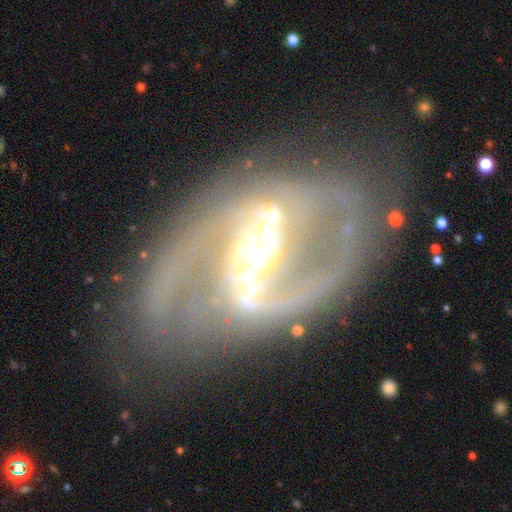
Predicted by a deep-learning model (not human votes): smooth-or-featured: featured or disk: 89% | star or artifact: 6% | smooth: 5%
  disk-edge-on: no: 96% | yes: 4%
    bar: strong: 54% | weak: 30% | no: 16%
    has-spiral-arms: yes: 92% | no: 8%
      spiral-winding: medium: 47% | loose: 37% | tight: 16%
      spiral-arm-count: 2: 83% | can't tell: 5% | 1: 4% | 3: 4% | 4: 2% | more than 4: 2%
    bulge-size: moderate: 57% | small: 27% | large: 11% | none: 3% | dominant: 2%
  merging: none: 51% | major disturbance: 24% | minor disturbance: 17% | merger: 7%